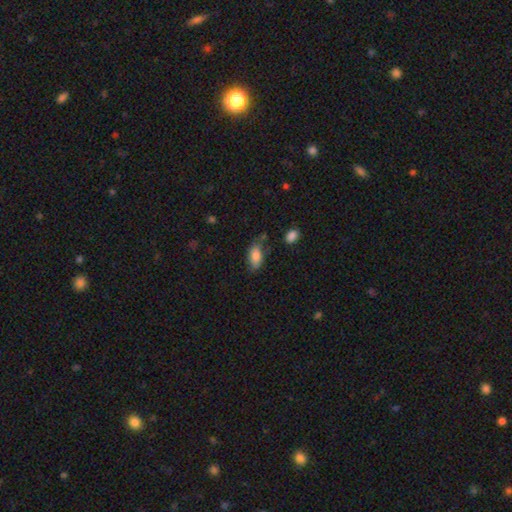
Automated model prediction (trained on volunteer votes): Morphology: type=smooth (81%); roundness=in between (90%); merging=none (64%).